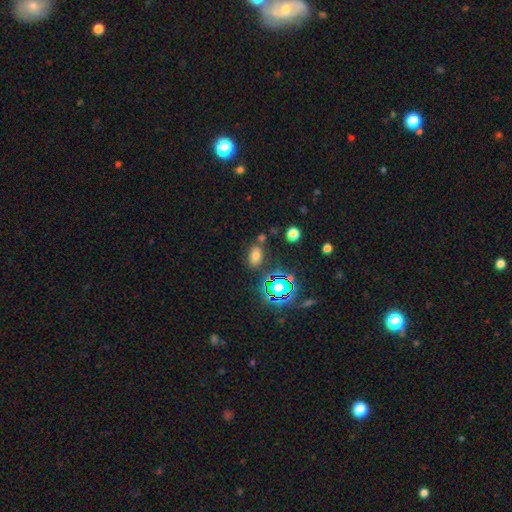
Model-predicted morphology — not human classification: Overall: smooth (67%). How rounded: in between (82%). Merging: none (74%).